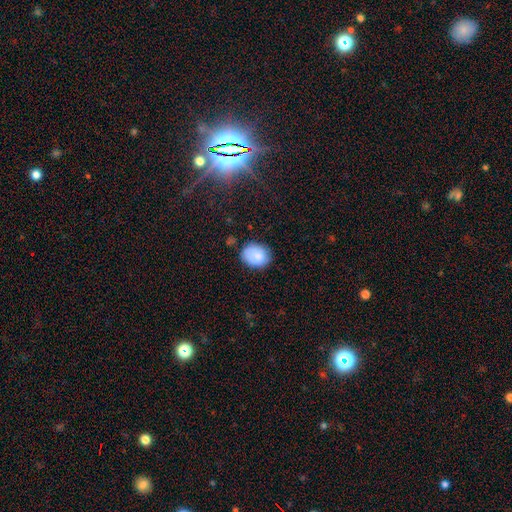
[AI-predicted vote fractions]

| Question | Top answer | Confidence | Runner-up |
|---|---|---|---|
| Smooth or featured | smooth | 84% | featured or disk (8%) |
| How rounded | in between | 56% | round (44%) |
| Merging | none | 76% | minor disturbance (19%) |